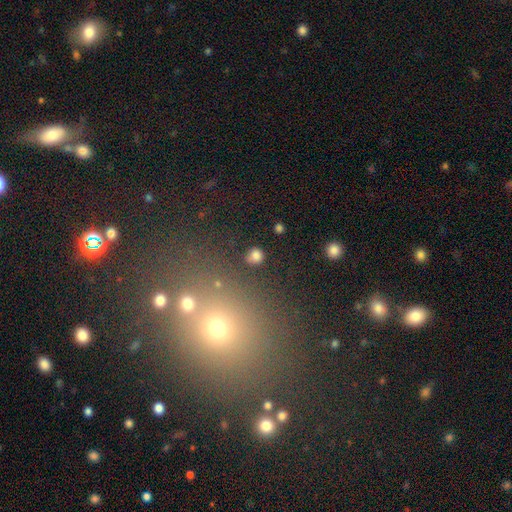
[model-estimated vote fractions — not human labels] Overall: smooth (79%). How rounded: round (82%). Merging: none (81%).